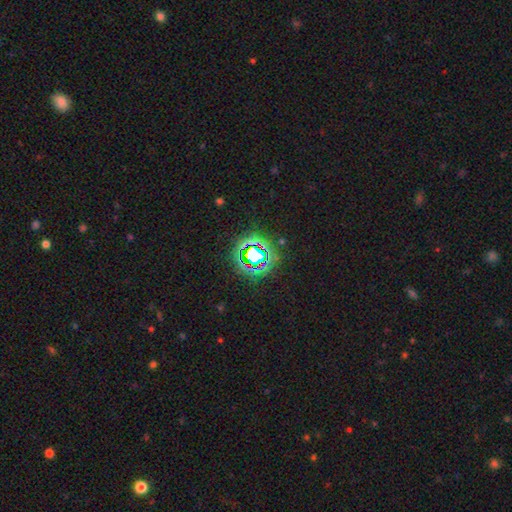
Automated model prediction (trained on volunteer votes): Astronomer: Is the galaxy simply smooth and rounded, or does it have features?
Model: star or artifact — 70%.